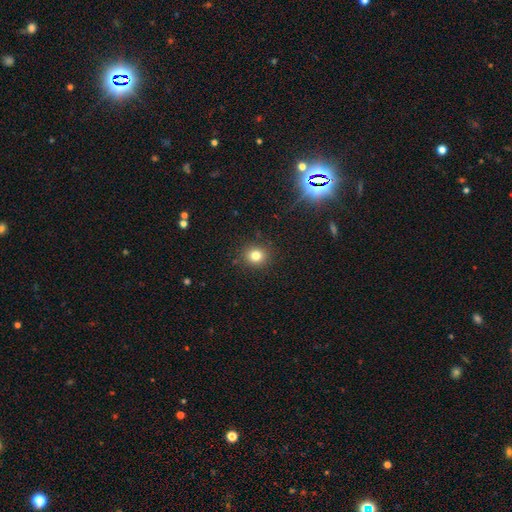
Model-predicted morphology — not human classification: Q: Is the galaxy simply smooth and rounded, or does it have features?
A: smooth — 79%.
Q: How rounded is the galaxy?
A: round — 84%.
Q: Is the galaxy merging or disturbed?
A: none — 89%.